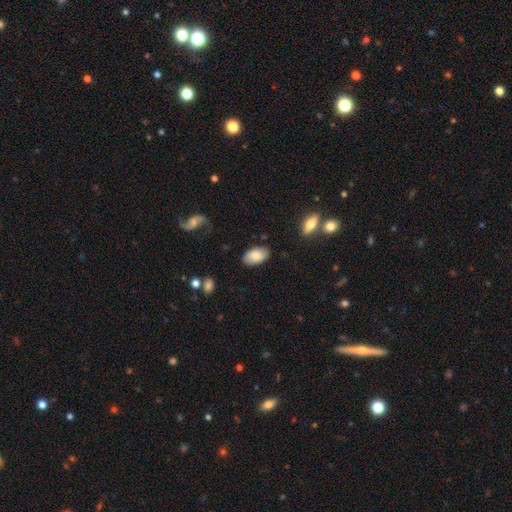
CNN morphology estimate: The model was most divided on "smooth or featured": smooth: 80%, featured or disk: 13%, star or artifact: 7%. More confident: how rounded — in between (95%); merging — none (84%).